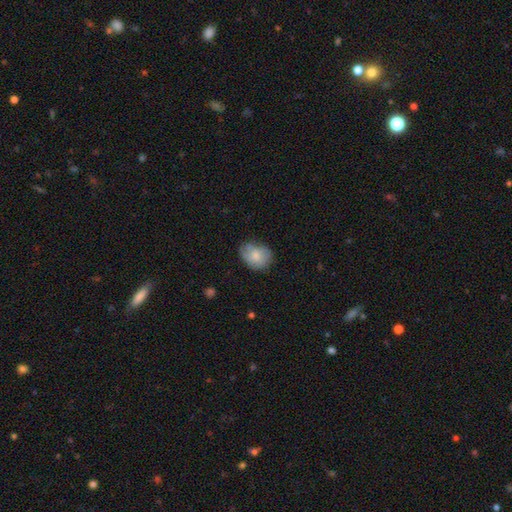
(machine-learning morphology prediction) Smooth or featured? Predicted: smooth (p=0.74). How rounded? Predicted: in between (p=0.60). Merging? Predicted: none (p=0.57).